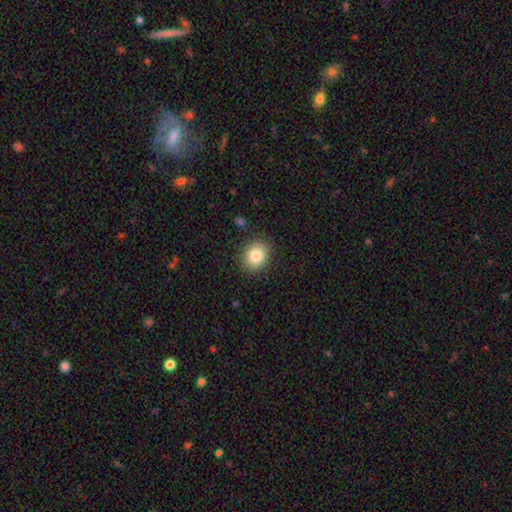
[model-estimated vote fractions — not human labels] This is clearly a smooth galaxy (84%). How rounded: possibly round (55%). Merging: clearly none (87%).